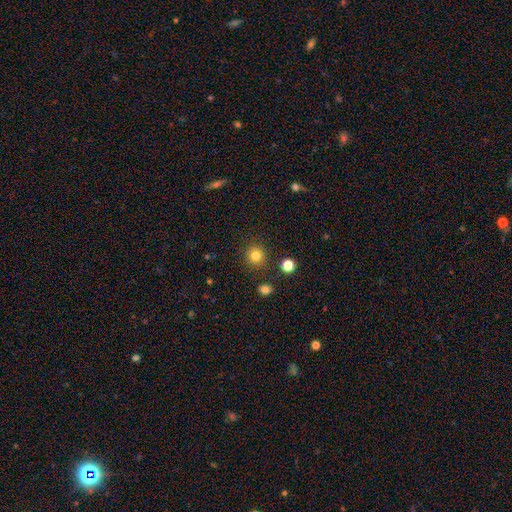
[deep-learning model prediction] A smooth galaxy with no disk features (81%) that is round (92%).

Vote fractions:
- Smooth or featured? smooth: 81% / star or artifact: 13% / featured or disk: 6%
- How rounded? round: 92% / in between: 7% / cigar-shaped: 1%
- Merging? none: 88% / minor disturbance: 7% / merger: 3% / major disturbance: 2%